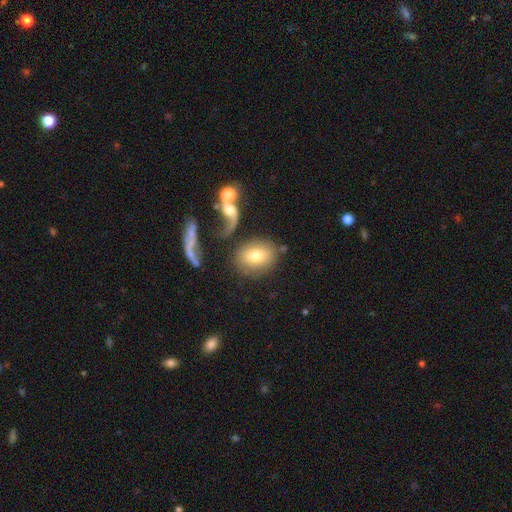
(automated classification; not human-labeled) Q: Smooth or featured?
A: smooth (70%); runner-up: featured or disk (22%)
Q: How rounded?
A: round (54%); runner-up: in between (44%)
Q: Merging?
A: none (67%); runner-up: merger (14%)